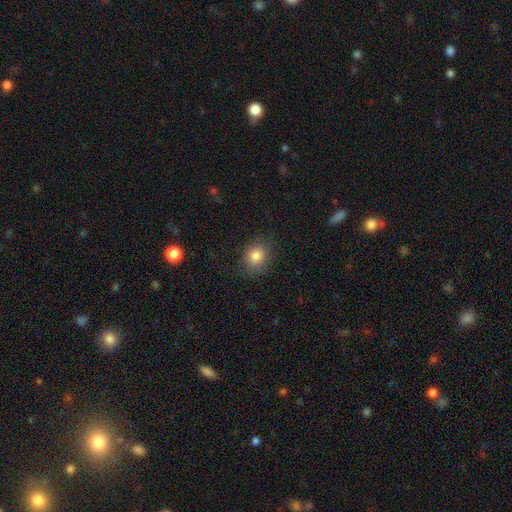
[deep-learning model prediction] Morphology: type=smooth (82%); roundness=round (62%); merging=none (83%).